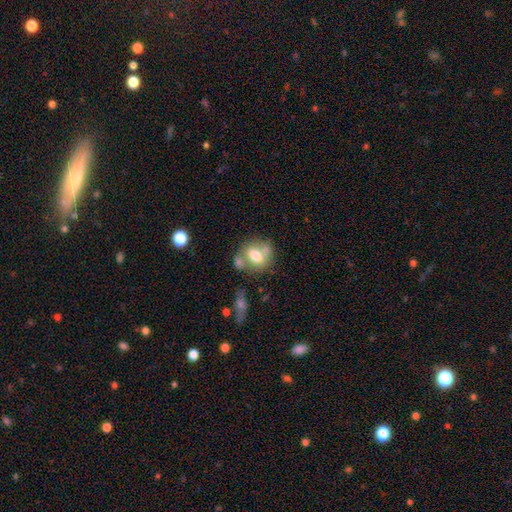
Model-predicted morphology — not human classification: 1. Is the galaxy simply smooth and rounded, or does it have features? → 62% smooth, 29% featured or disk, 9% star or artifact.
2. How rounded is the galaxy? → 51% round, 47% in between, 2% cigar-shaped.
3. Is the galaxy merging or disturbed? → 46% none, 28% merger, 18% minor disturbance, 8% major disturbance.